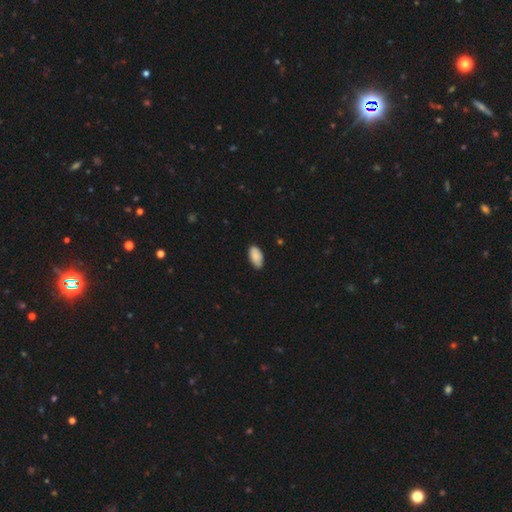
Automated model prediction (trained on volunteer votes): smooth 88%, star or artifact 6%, featured or disk 6%. Down the decision tree: how rounded — in between (95%); merging — none (82%).